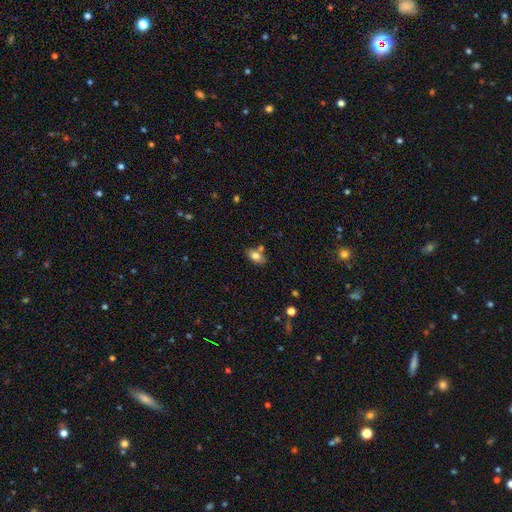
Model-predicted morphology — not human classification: Q: Smooth or featured?
A: smooth (79%); runner-up: featured or disk (12%)
Q: How rounded?
A: in between (87%); runner-up: round (10%)
Q: Merging?
A: none (66%); runner-up: merger (16%)